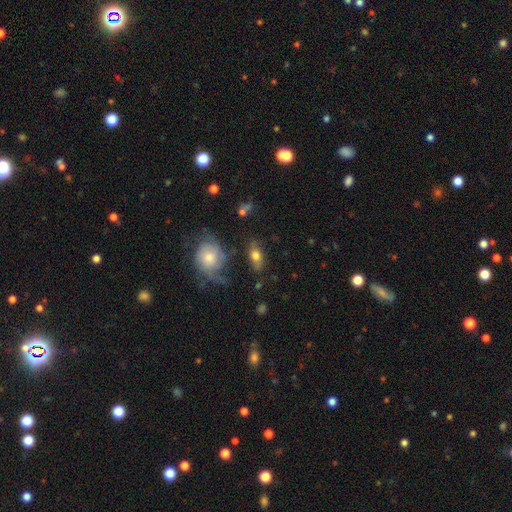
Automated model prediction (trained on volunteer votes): This appears to be a smooth galaxy with no disk features (64%) that is in between round and cigar-shaped (82%). Merging: none (62%).